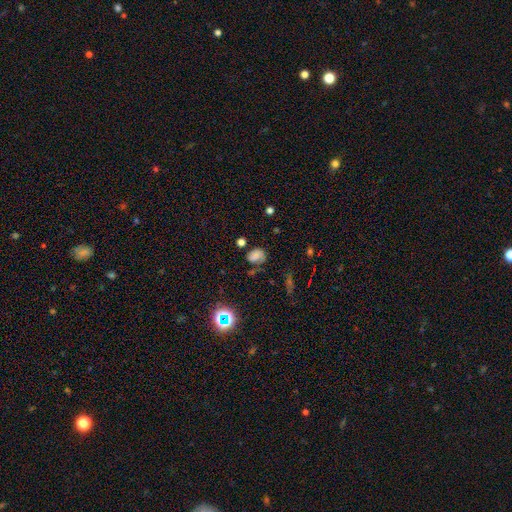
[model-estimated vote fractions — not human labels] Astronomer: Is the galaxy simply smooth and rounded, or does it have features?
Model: smooth — 61%.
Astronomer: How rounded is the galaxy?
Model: in between — 66%.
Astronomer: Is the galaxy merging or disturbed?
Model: none — 54%.